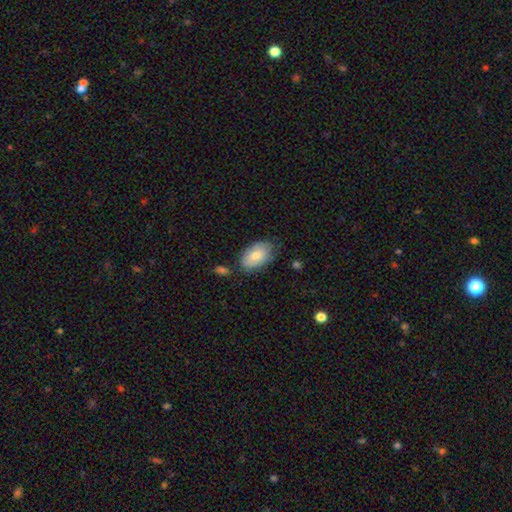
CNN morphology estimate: The model was most divided on "merging": none: 69%, minor disturbance: 22%, major disturbance: 5%, merger: 4%. More confident: how rounded — in between (92%); smooth or featured — smooth (72%).